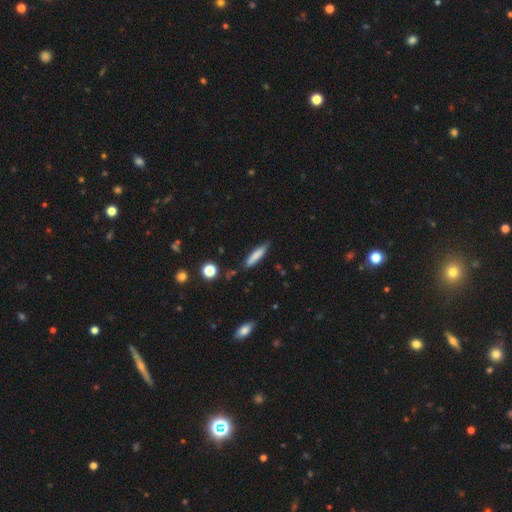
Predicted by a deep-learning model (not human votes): Q: Smooth or featured?
A: smooth (78%); runner-up: featured or disk (15%)
Q: How rounded?
A: cigar-shaped (81%); runner-up: in between (17%)
Q: Merging?
A: none (79%); runner-up: minor disturbance (16%)